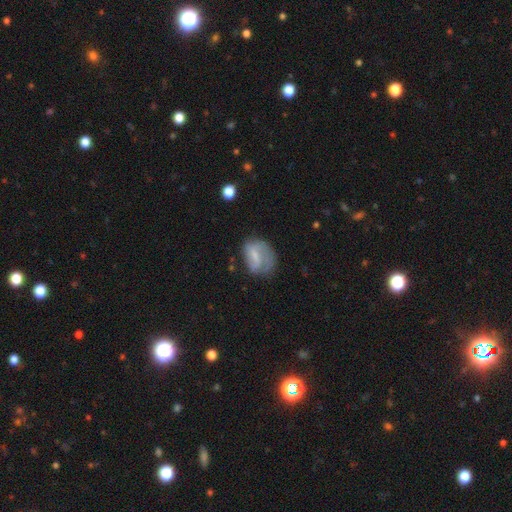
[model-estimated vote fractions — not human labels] The model was most divided on "merging": none: 48%, minor disturbance: 28%, major disturbance: 21%, merger: 2%. Remaining: edge-on disk — no (97%); spiral arms — yes (75%); smooth or featured — featured or disk (57%); bar — weak (52%); bulge size — small (46%).